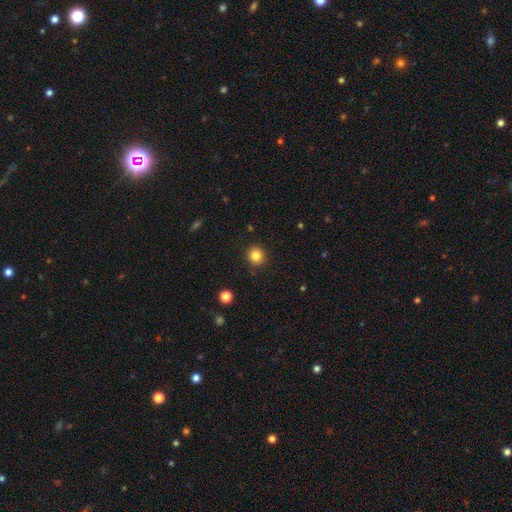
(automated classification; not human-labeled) A smooth galaxy with no disk features (83%) that is round (92%). Merging: none (91%).